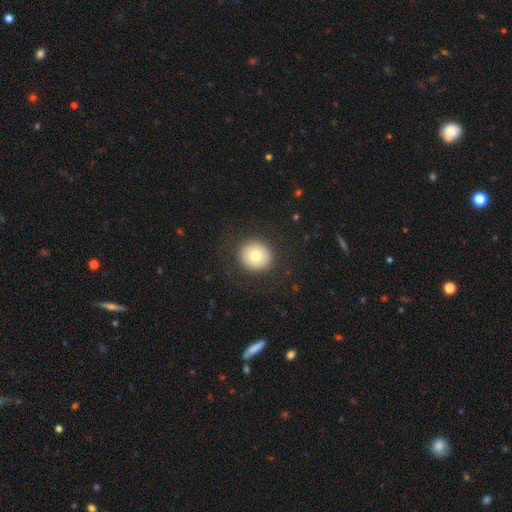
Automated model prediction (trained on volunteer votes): Smooth or featured?
  - smooth: 75% *
  - featured or disk: 16%
  - star or artifact: 9%
How rounded?
  - round: 92% *
  - in between: 7%
  - cigar-shaped: 1%
Merging?
  - none: 89% *
  - minor disturbance: 7%
  - major disturbance: 3%
  - merger: 1%